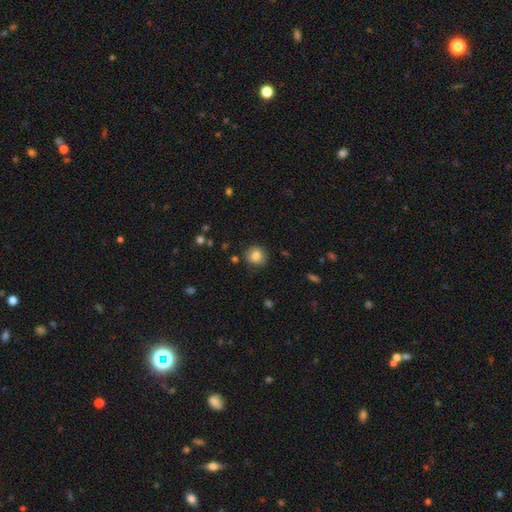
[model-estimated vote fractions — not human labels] A smooth galaxy with no disk features (84%) that is round (87%).

Vote fractions:
- Smooth or featured? smooth: 84% / star or artifact: 10% / featured or disk: 7%
- How rounded? round: 87% / in between: 12% / cigar-shaped: 1%
- Merging? none: 84% / minor disturbance: 11% / major disturbance: 3% / merger: 2%